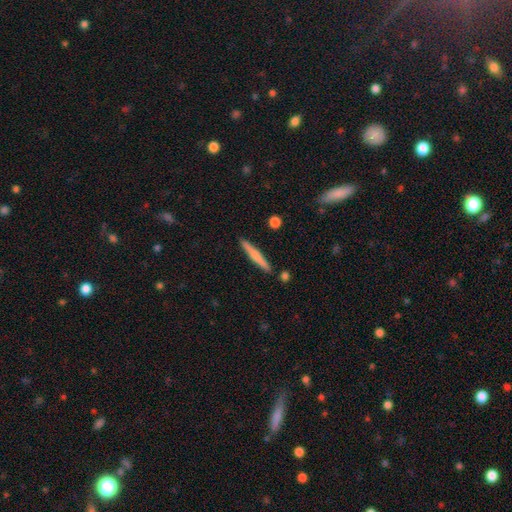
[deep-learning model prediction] smooth 58%, featured or disk 36%, star or artifact 5%. Down the decision tree: how rounded — cigar-shaped (95%); merging — none (89%).